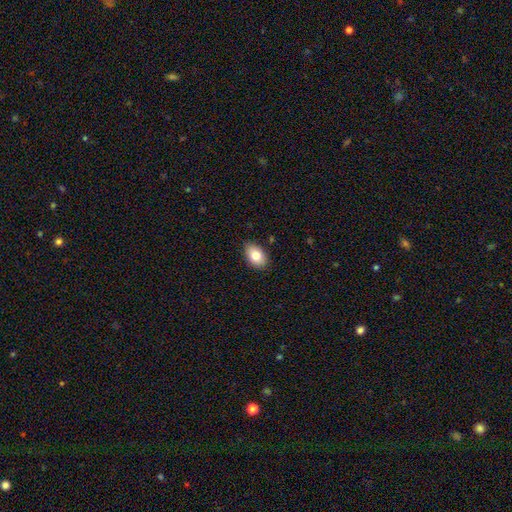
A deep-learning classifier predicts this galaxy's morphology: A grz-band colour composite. It shows a smooth galaxy with no disk features (80%) that is in between round and cigar-shaped (86%). Merging: none (86%).